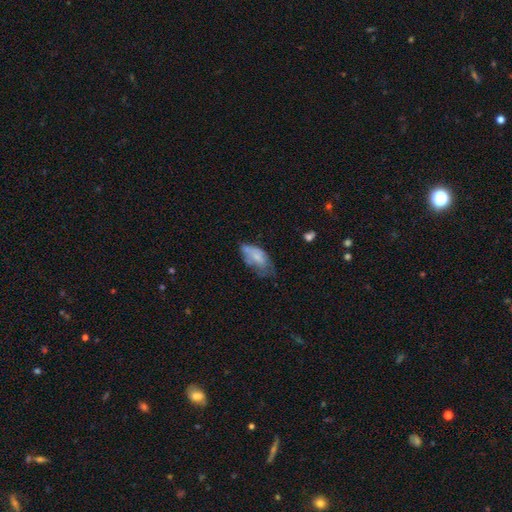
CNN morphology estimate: A smooth galaxy with no disk features (63%) that is in between round and cigar-shaped (91%). Merging: minor disturbance (39%).